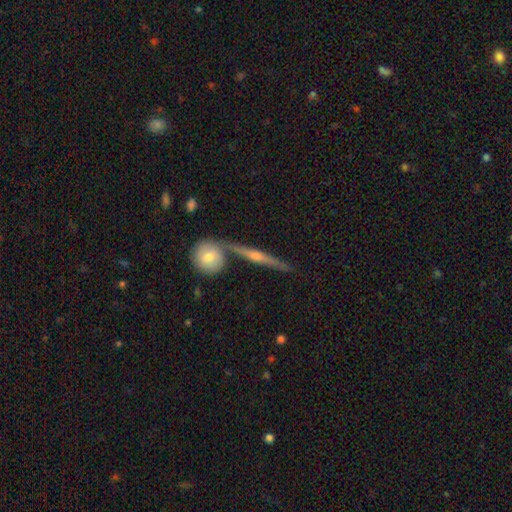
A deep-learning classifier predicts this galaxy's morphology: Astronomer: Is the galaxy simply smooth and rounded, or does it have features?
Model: featured or disk — 76%.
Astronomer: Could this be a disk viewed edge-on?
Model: yes — 96%.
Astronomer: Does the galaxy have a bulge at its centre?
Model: rounded — 81%.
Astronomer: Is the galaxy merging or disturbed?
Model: none — 78%.